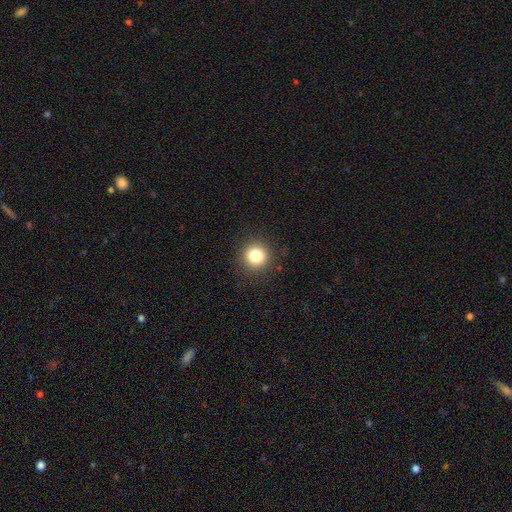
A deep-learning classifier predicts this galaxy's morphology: Overall: smooth (83%). How rounded: round (94%). Merging: none (90%).